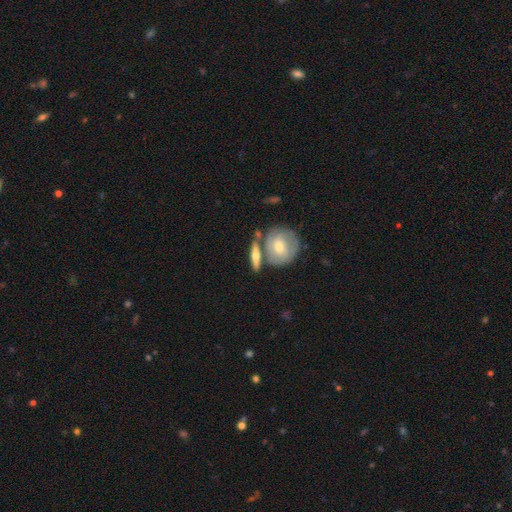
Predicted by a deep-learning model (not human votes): Smooth or featured? featured or disk (50%)
Edge-on disk? yes (66%)
Merging? none (61%)